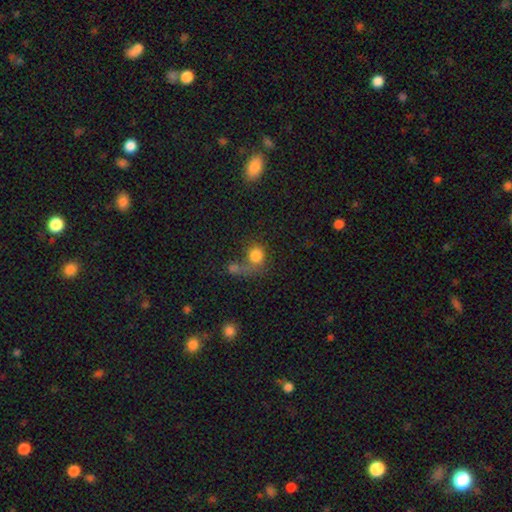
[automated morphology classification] This appears to be a smooth galaxy with no disk features (79%) that is round (74%). Merging: merger (34%).